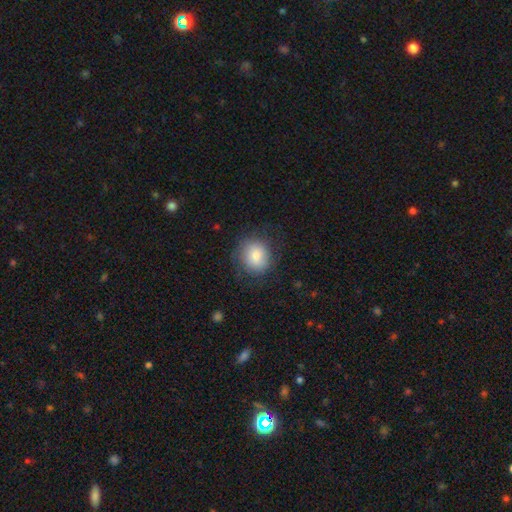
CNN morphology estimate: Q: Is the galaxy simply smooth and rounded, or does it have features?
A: smooth — 78%.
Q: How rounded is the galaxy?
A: round — 81%.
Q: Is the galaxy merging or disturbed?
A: none — 77%.